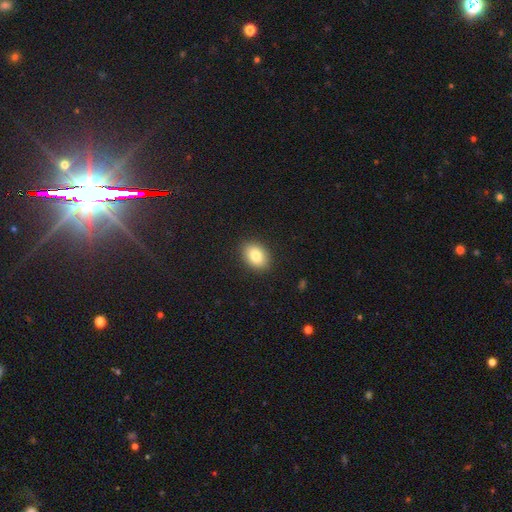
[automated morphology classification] This appears to be a smooth galaxy with no disk features (84%) that is in between round and cigar-shaped (76%). Merging: none (89%).